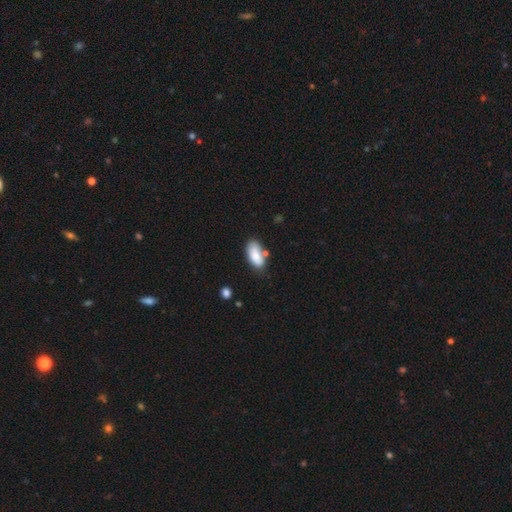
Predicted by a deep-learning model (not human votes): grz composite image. It shows a smooth galaxy with no disk features (80%) that is in between round and cigar-shaped (92%). Merging: none (61%).